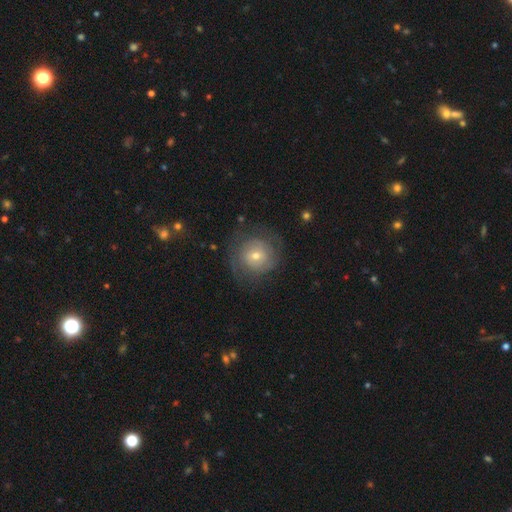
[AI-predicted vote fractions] Q: Smooth or featured?
A: featured or disk (53%); runner-up: smooth (38%)
Q: Edge-on disk?
A: no (97%); runner-up: yes (3%)
Q: Bar?
A: no (74%); runner-up: weak (22%)
Q: Spiral arms?
A: yes (72%); runner-up: no (28%)
Q: Bulge size?
A: moderate (47%); tied with: small (47%)
Q: Merging?
A: none (69%); runner-up: minor disturbance (17%)